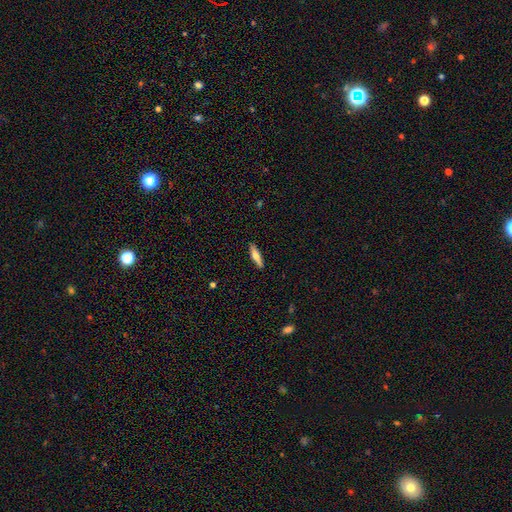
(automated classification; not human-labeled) smooth 54%, featured or disk 40%, star or artifact 6%. Down the decision tree: how rounded — cigar-shaped (72%); merging — none (89%).